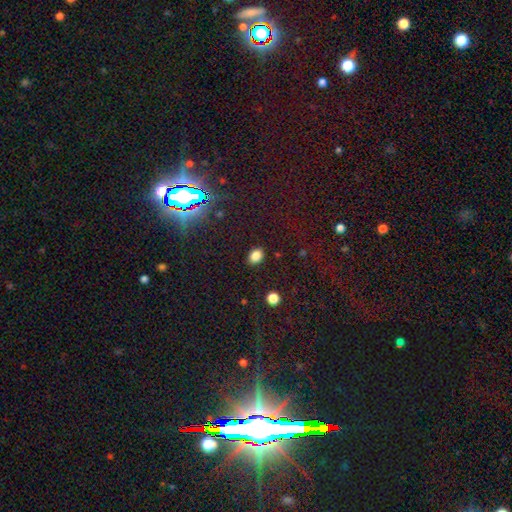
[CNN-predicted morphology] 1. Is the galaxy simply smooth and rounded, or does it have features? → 83% smooth, 12% star or artifact, 5% featured or disk.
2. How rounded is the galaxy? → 73% in between, 26% round, 1% cigar-shaped.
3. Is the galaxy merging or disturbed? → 87% none, 9% minor disturbance, 3% major disturbance, 1% merger.